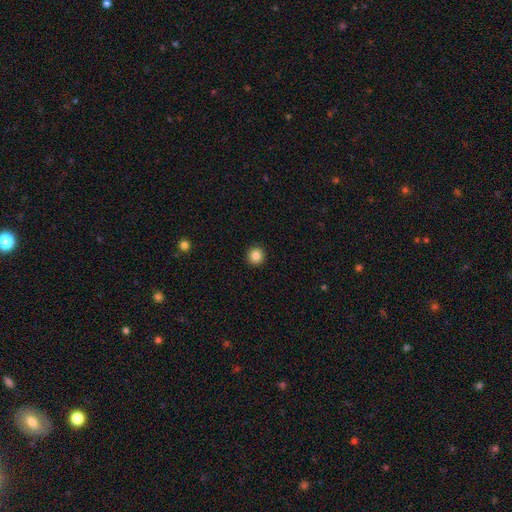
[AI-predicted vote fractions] A smooth galaxy with no disk features (86%) that is round (95%).

Vote fractions:
- Smooth or featured? smooth: 86% / star or artifact: 10% / featured or disk: 4%
- How rounded? round: 95% / in between: 4% / cigar-shaped: 1%
- Merging? none: 93% / minor disturbance: 4% / major disturbance: 2% / merger: 1%